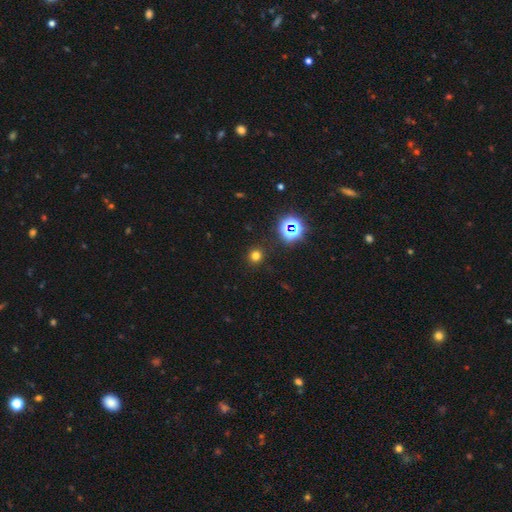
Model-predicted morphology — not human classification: This is likely a smooth galaxy (71%). How rounded: clearly round (90%). Merging: clearly none (90%).